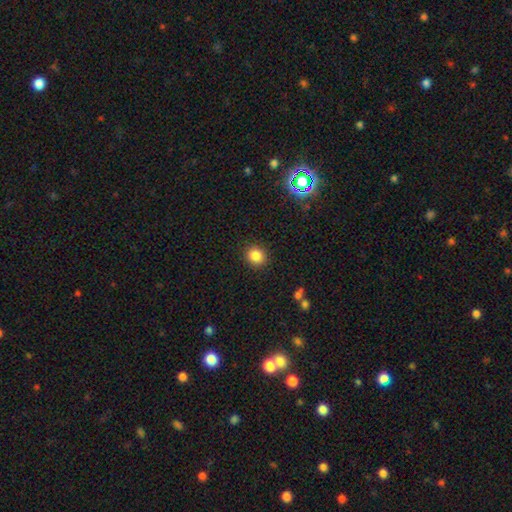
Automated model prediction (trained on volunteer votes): A smooth galaxy with no disk features (84%) that is round (80%). Merging: none (90%).